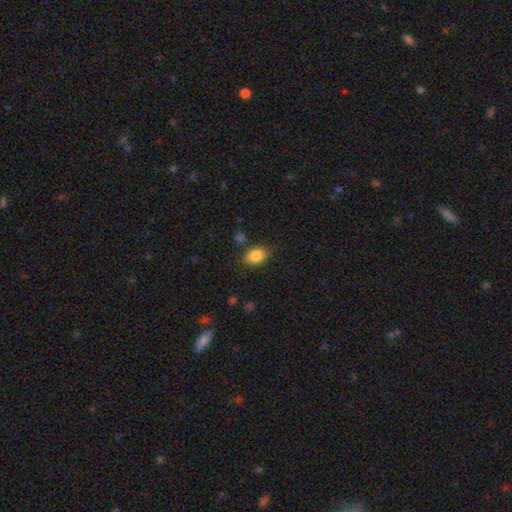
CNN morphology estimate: smooth-or-featured: smooth: 86% | star or artifact: 8% | featured or disk: 5%
  how-rounded: in between: 79% | round: 19% | cigar-shaped: 1%
  merging: none: 79% | minor disturbance: 13% | major disturbance: 4% | merger: 3%